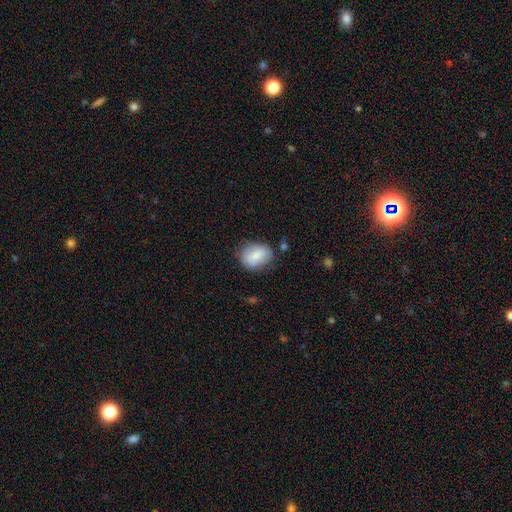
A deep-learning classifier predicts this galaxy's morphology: This is likely a smooth galaxy (78%). How rounded: likely in between (67%). Merging: likely none (70%).